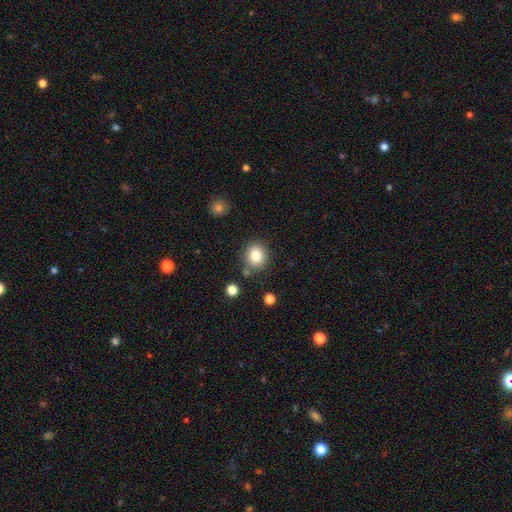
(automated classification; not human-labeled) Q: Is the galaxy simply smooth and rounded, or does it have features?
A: smooth — 83%.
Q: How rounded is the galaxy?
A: round — 82%.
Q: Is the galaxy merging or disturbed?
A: none — 81%.